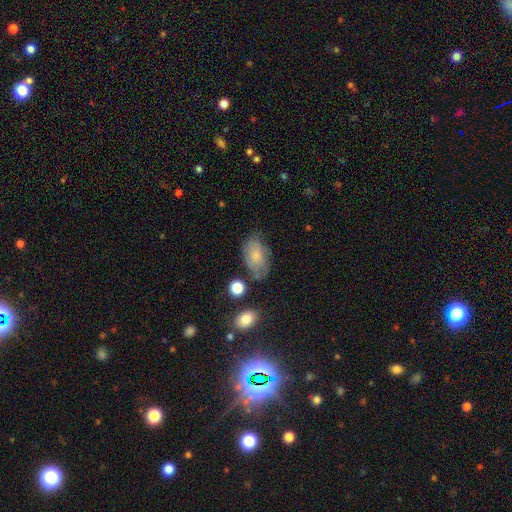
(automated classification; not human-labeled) The model was most divided on "merging": none: 56%, minor disturbance: 28%, major disturbance: 11%, merger: 5%. More confident: how rounded — in between (92%); smooth or featured — smooth (64%).